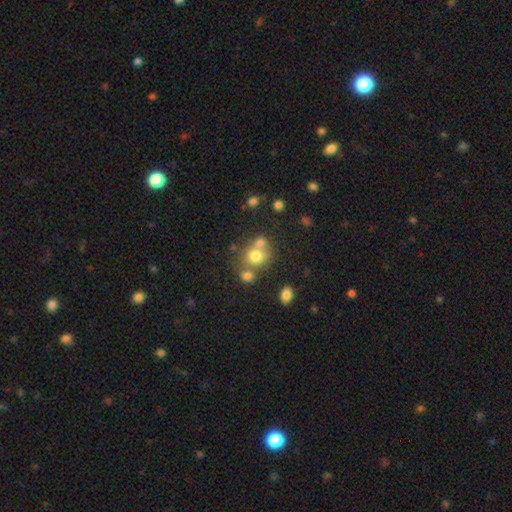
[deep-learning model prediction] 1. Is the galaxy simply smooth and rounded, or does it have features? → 70% smooth, 16% featured or disk, 13% star or artifact.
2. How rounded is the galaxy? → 76% round, 23% in between, 1% cigar-shaped.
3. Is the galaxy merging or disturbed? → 44% none, 40% merger, 10% minor disturbance, 5% major disturbance.